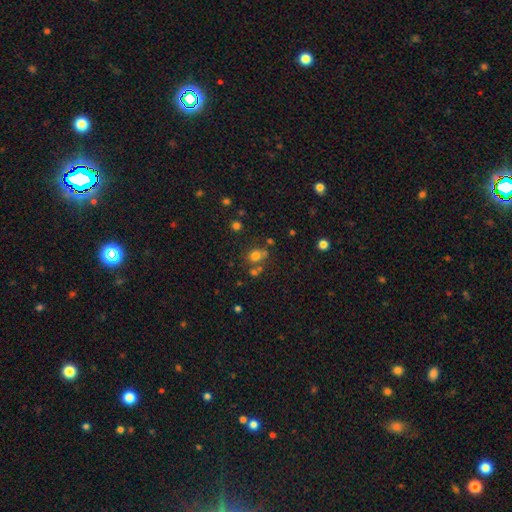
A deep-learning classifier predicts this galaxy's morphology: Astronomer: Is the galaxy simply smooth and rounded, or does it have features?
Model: smooth — 71%.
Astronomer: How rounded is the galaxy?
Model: round — 69%.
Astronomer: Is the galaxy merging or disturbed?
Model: none — 59%.